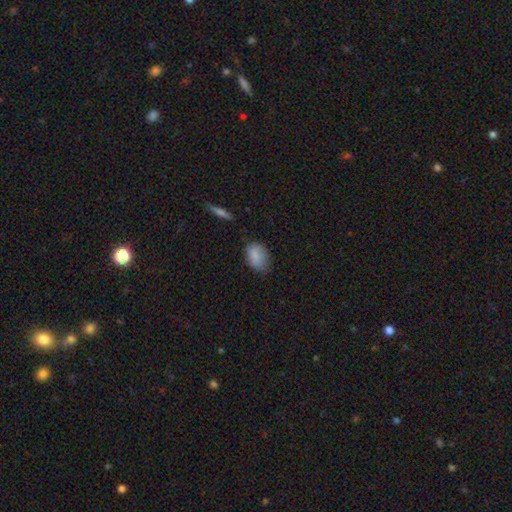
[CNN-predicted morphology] Smooth or featured: smooth — 83% (featured or disk — 9%)
How rounded: in between — 81% (round — 17%)
Merging: none — 63% (minor disturbance — 29%)